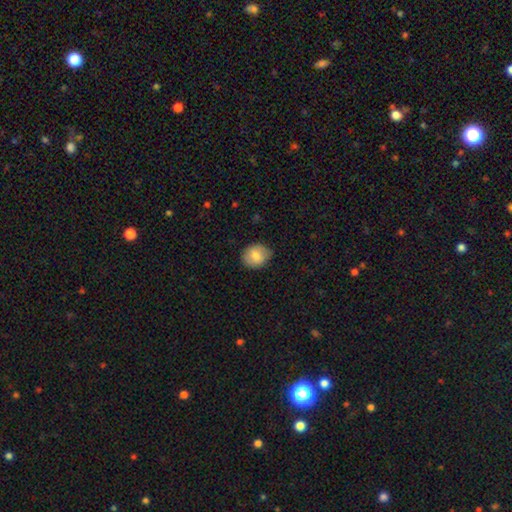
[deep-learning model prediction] Smooth or featured: smooth — 81% (featured or disk — 11%)
How rounded: round — 66% (in between — 33%)
Merging: none — 81% (minor disturbance — 15%)